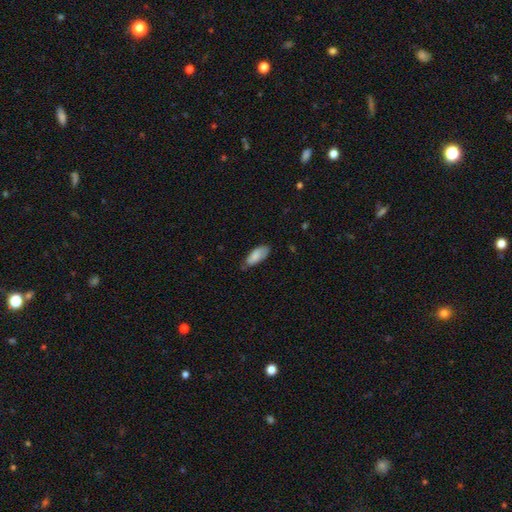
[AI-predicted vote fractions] Smooth or featured? Predicted: smooth (p=0.80). How rounded? Predicted: in between (p=0.85). Merging? Predicted: none (p=0.61).